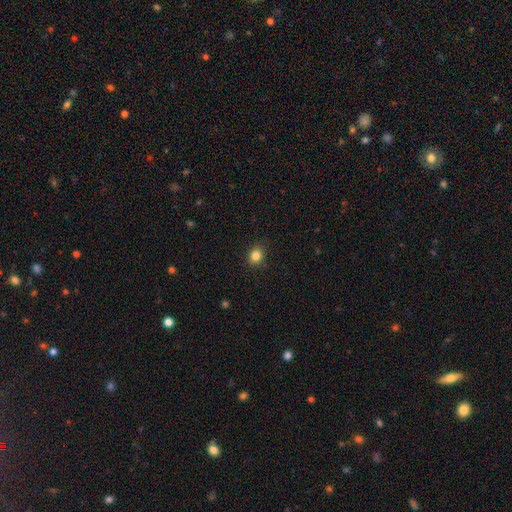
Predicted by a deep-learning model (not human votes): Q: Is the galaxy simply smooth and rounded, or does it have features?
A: smooth — 84%.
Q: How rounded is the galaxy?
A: round — 63%.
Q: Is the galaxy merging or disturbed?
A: none — 88%.